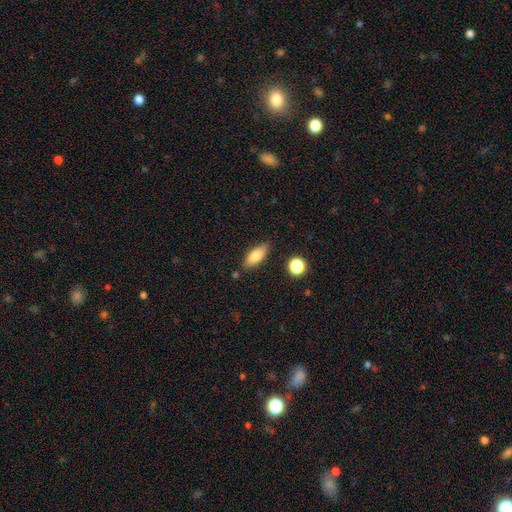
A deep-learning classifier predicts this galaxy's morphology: smooth_or_featured: smooth (p=0.76) [alt: featured or disk p=0.16]
how_rounded: in between (p=0.75) [alt: cigar-shaped p=0.21]
merging: none (p=0.83) [alt: minor disturbance p=0.11]